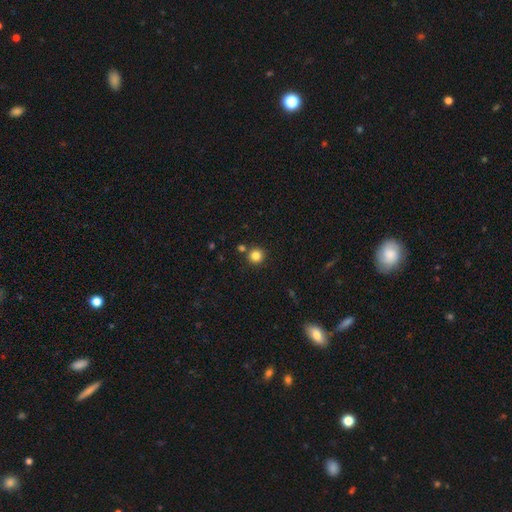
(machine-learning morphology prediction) Q: Smooth or featured?
A: smooth (84%); runner-up: star or artifact (12%)
Q: How rounded?
A: round (95%); runner-up: in between (4%)
Q: Merging?
A: none (85%); runner-up: merger (7%)